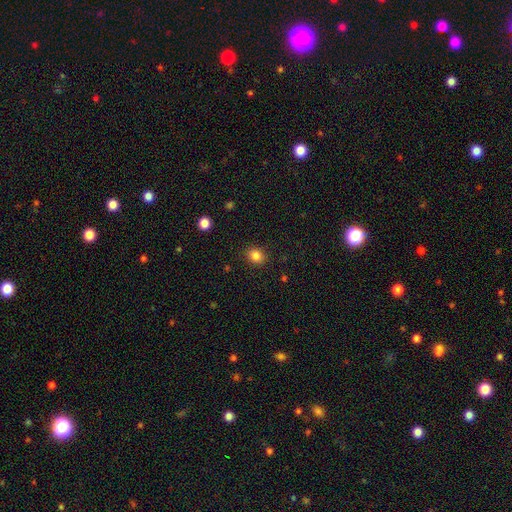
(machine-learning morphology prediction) Smooth or featured: smooth — 84% (star or artifact — 11%)
How rounded: round — 65% (in between — 34%)
Merging: none — 89% (minor disturbance — 8%)